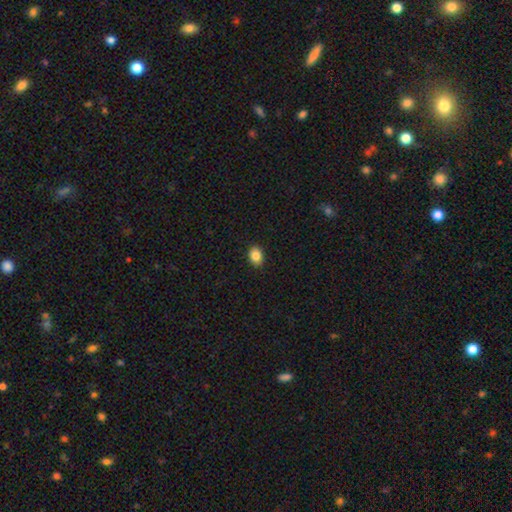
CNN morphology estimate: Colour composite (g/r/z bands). It shows a smooth galaxy with no disk features (86%) that is in between round and cigar-shaped (66%). Merging: none (90%).